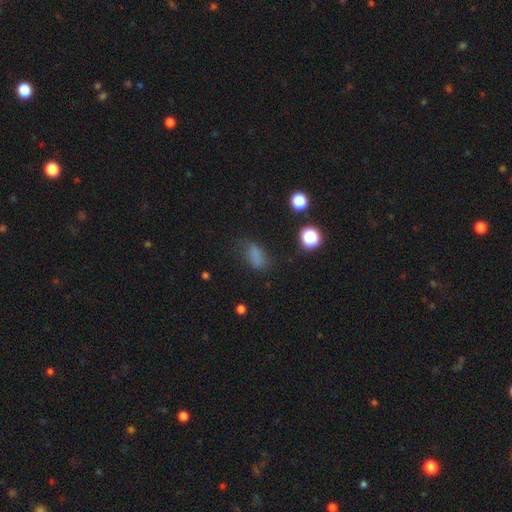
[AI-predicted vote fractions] A smooth galaxy with no disk features (75%) that is in between round and cigar-shaped (80%). Merging: none (64%).